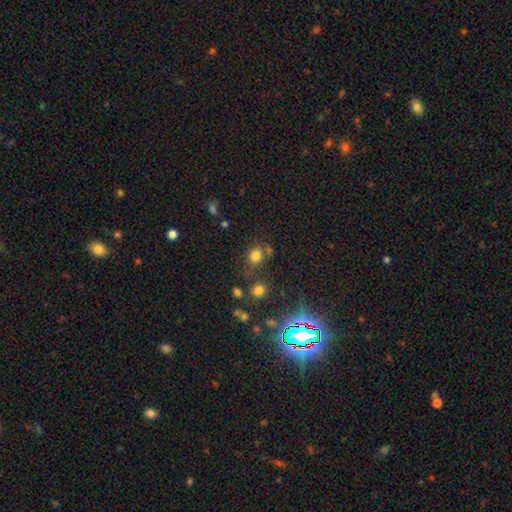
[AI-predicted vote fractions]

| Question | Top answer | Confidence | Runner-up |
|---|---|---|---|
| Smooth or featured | smooth | 75% | star or artifact (18%) |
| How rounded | round | 71% | in between (28%) |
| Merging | none | 65% | minor disturbance (15%) |